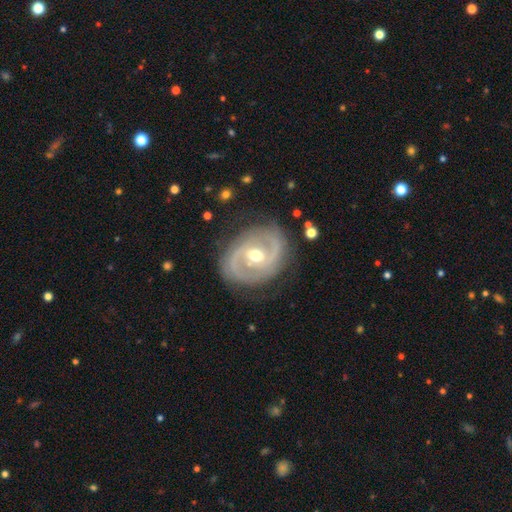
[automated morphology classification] A featured or disk galaxy (87%) with a weak bar (44%), 2 (84%) medium (45%) spiral arms (91%) and a moderate central bulge (72%).

Vote fractions:
- Smooth or featured? featured or disk: 87% / smooth: 8% / star or artifact: 5%
- Edge-on disk? no: 97% / yes: 3%
- Bar? weak: 44% / no: 35% / strong: 20%
- Spiral arms? yes: 91% / no: 9%
- Spiral winding? medium: 45% / tight: 37% / loose: 18%
- Spiral arm count? 2: 84% / can't tell: 7% / 3: 4% / 1: 2% / 4: 1% / more than 4: 1%
- Bulge size? moderate: 72% / small: 23% / large: 4% / dominant: 1% / none: 1%
- Merging? none: 79% / minor disturbance: 14% / major disturbance: 5% / merger: 1%